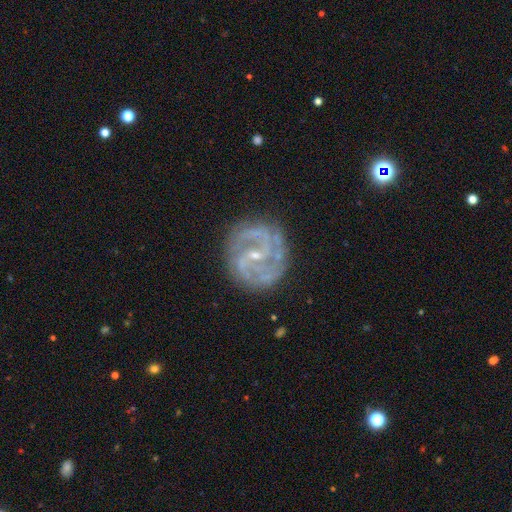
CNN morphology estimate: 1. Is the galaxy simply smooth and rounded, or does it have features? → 87% featured or disk, 7% star or artifact, 6% smooth.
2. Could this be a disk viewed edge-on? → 98% no, 2% yes.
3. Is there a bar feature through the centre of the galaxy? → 45% weak, 33% no, 22% strong.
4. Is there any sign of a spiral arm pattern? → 96% yes, 4% no.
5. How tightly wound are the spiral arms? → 46% tight, 43% medium, 12% loose.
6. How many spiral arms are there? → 49% 2, 21% 3, 14% can't tell, 7% 4, 5% 1, 5% more than 4.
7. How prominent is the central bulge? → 76% small, 19% moderate, 3% none, 1% large, 1% dominant.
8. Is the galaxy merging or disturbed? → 79% none, 14% minor disturbance, 6% major disturbance, 2% merger.